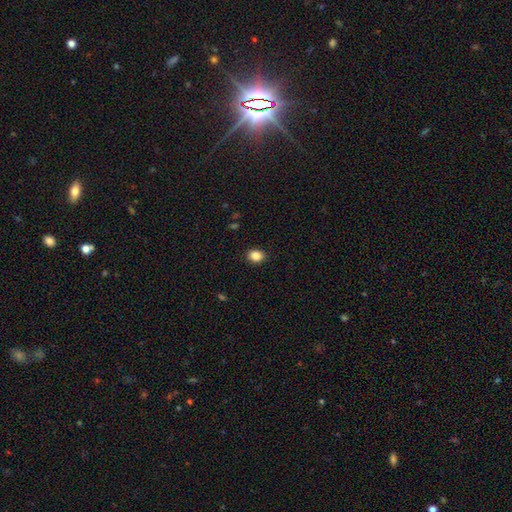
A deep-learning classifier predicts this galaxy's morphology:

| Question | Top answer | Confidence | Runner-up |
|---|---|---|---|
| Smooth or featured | smooth | 87% | star or artifact (10%) |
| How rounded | round | 52% | in between (47%) |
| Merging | none | 90% | minor disturbance (7%) |